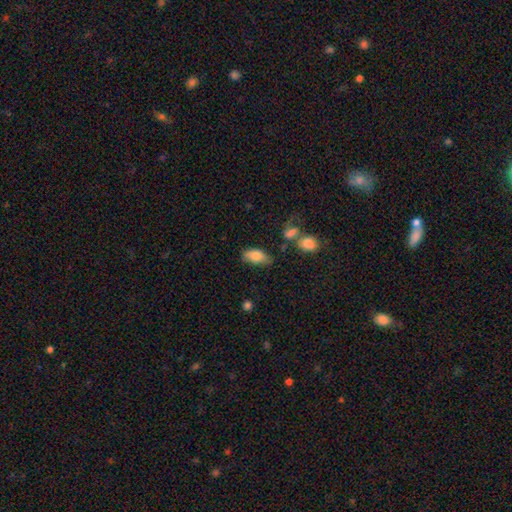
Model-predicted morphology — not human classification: Overall: smooth (79%). How rounded: in between (89%). Merging: none (58%; minor disturbance 28%).